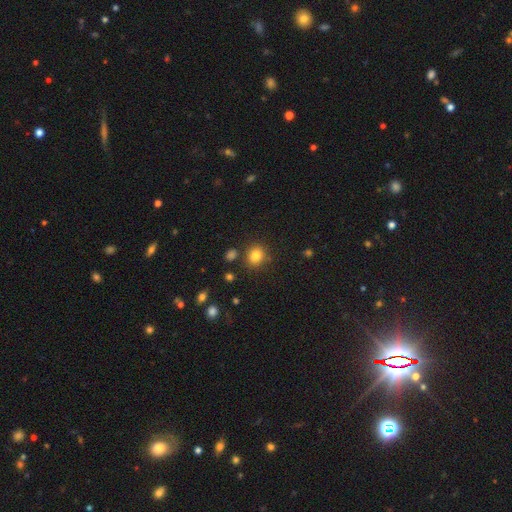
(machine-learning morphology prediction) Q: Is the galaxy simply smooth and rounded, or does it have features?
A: smooth — 82%.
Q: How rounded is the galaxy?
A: round — 78%.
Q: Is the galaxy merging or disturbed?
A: none — 83%.